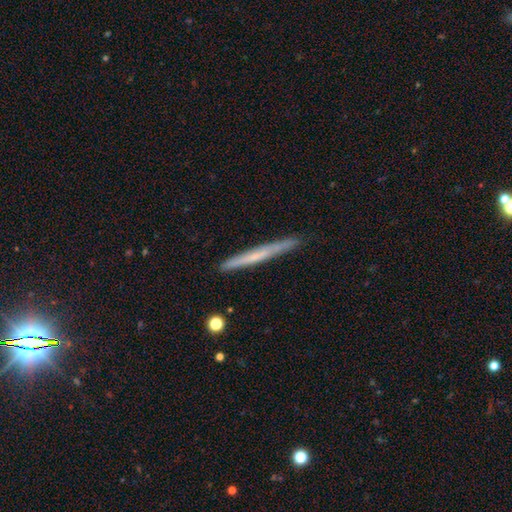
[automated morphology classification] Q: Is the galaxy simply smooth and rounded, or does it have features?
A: smooth — 49%.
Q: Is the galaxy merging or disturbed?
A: none — 87%.